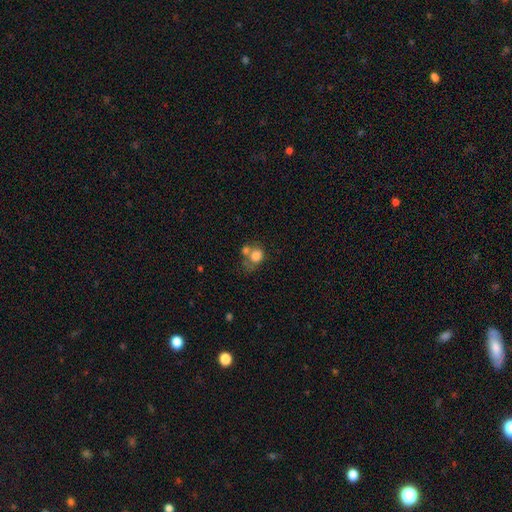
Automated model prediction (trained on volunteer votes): Smooth or featured? smooth (76%)
How rounded? round (62%)
Merging? merger (46%)